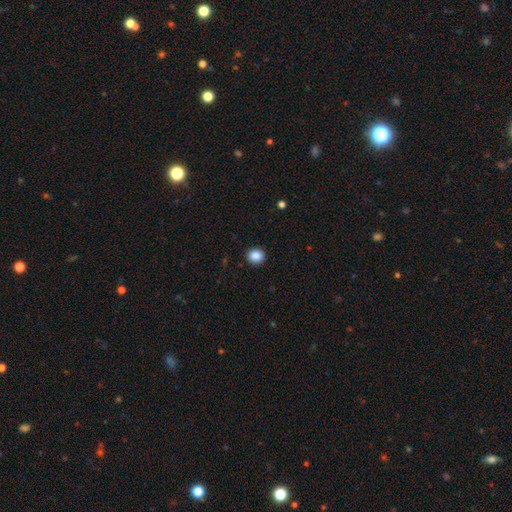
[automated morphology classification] Smooth or featured? Predicted: smooth (p=0.87). How rounded? Predicted: round (p=0.83). Merging? Predicted: none (p=0.92).